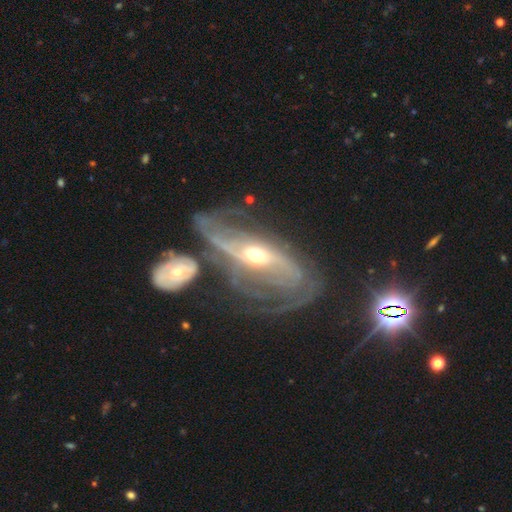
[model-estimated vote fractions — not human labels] Smooth or featured: featured or disk — 85% (smooth — 9%)
Edge-on disk: no — 91% (yes — 9%)
Bar: no — 40% (weak — 30%)
Spiral arms: yes — 85% (no — 15%)
Spiral winding: medium — 38% (loose — 34%)
Spiral arm count: 2 — 57% (can't tell — 24%)
Bulge size: moderate — 59% (small — 33%)
Merging: none — 32% (major disturbance — 28%)